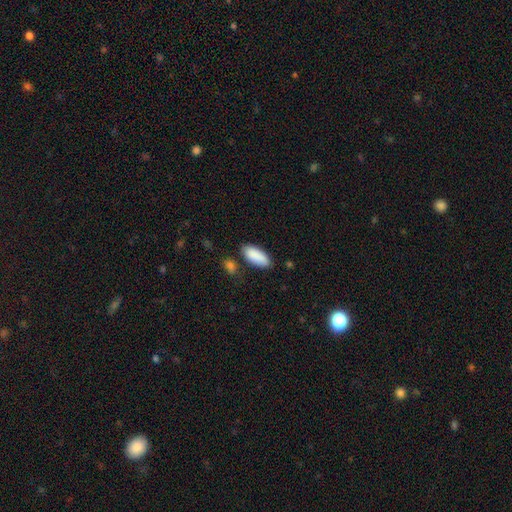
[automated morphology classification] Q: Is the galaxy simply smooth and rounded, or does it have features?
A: smooth — 90%.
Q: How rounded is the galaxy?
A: in between — 84%.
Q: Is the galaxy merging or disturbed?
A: none — 77%.